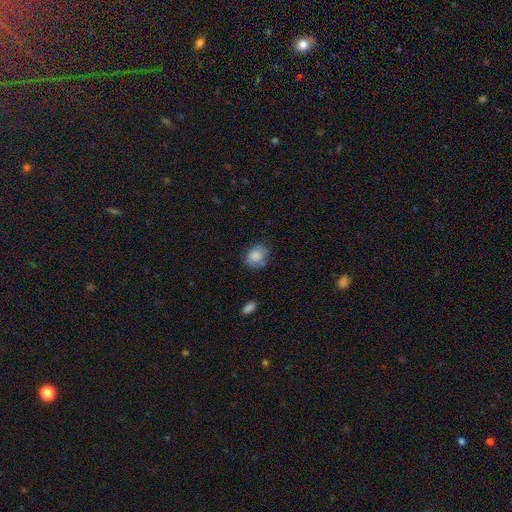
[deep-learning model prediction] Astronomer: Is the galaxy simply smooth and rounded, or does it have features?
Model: smooth — 79%.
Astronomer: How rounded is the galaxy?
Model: in between — 50% (runner-up: round, 49%).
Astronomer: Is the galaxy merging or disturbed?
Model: none — 69%.